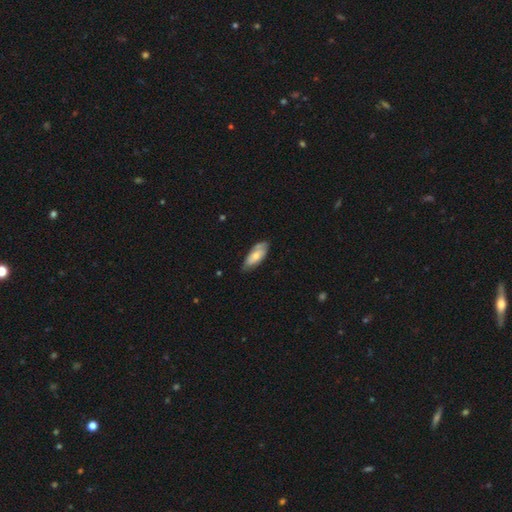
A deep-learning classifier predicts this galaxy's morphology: Smooth or featured: smooth — 60% (featured or disk — 34%)
How rounded: in between — 83% (cigar-shaped — 15%)
Merging: none — 67% (minor disturbance — 27%)